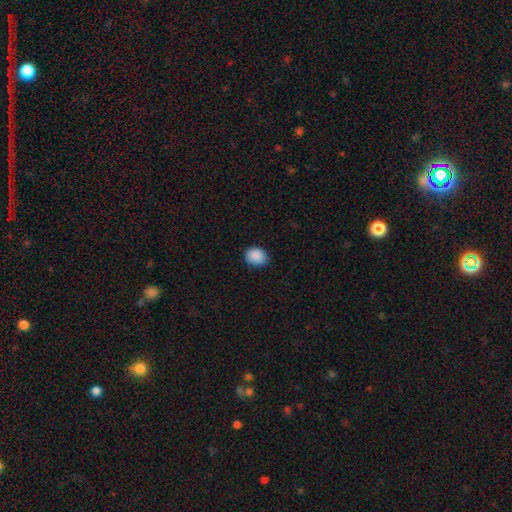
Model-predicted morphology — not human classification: Q: Smooth or featured?
A: smooth (90%); runner-up: star or artifact (8%)
Q: How rounded?
A: in between (58%); runner-up: round (41%)
Q: Merging?
A: none (82%); runner-up: minor disturbance (14%)